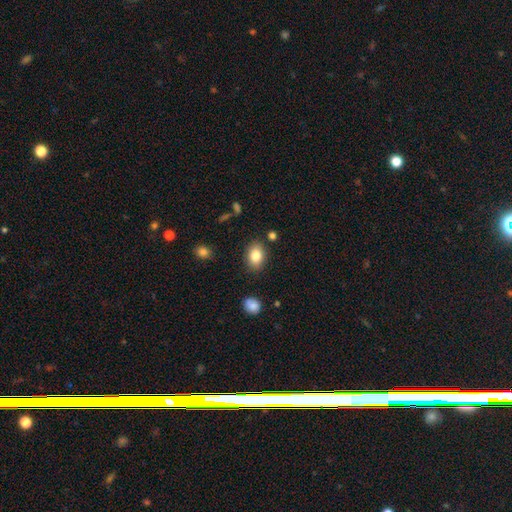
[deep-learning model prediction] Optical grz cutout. It shows a smooth galaxy with no disk features (82%) that is in between round and cigar-shaped (76%). Merging: none (84%).